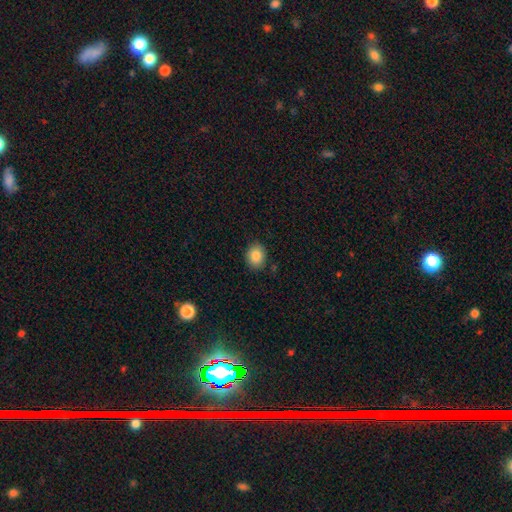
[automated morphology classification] Overall: smooth (86%). How rounded: round (59%; in between 40%). Merging: none (87%).